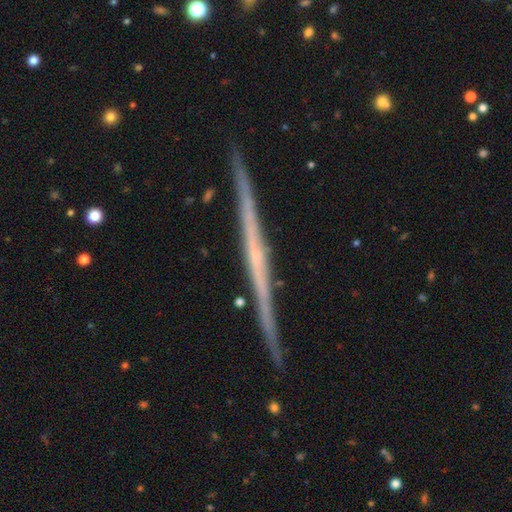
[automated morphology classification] A featured or disk galaxy (79%) viewed edge-on (98%) with no central bulge (71%).

Vote fractions:
- Smooth or featured? featured or disk: 79% / smooth: 14% / star or artifact: 6%
- Edge-on disk? yes: 98% / no: 2%
- Edge-on bulge? none: 71% / rounded: 21% / boxy: 8%
- Merging? none: 91% / minor disturbance: 6% / merger: 1% / major disturbance: 1%